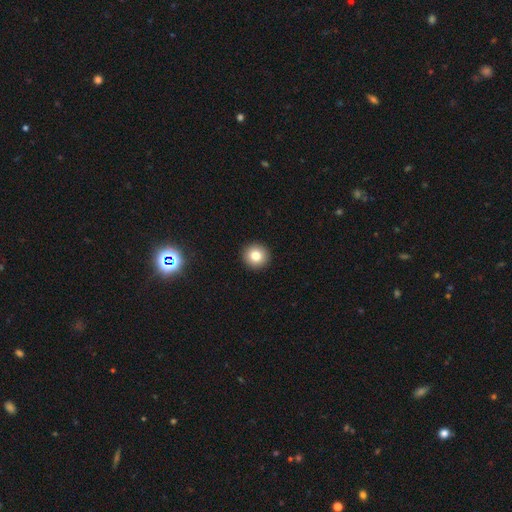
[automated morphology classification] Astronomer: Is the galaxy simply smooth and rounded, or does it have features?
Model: smooth — 81%.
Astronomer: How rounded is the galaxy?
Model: round — 95%.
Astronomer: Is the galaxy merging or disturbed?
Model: none — 94%.